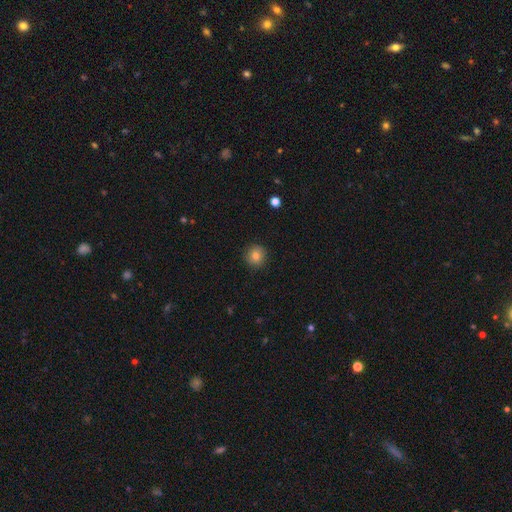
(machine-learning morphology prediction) The model was most divided on "smooth or featured": smooth: 80%, star or artifact: 11%, featured or disk: 8%. More confident: how rounded — round (92%); merging — none (90%).